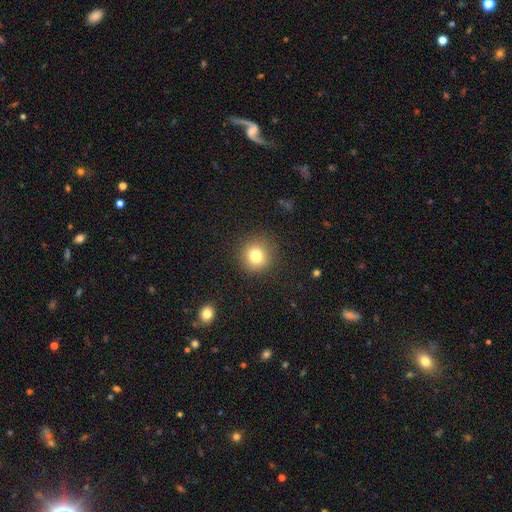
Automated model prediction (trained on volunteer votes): Q: Smooth or featured?
A: smooth (80%); runner-up: star or artifact (12%)
Q: How rounded?
A: round (91%); runner-up: in between (8%)
Q: Merging?
A: none (89%); runner-up: minor disturbance (7%)